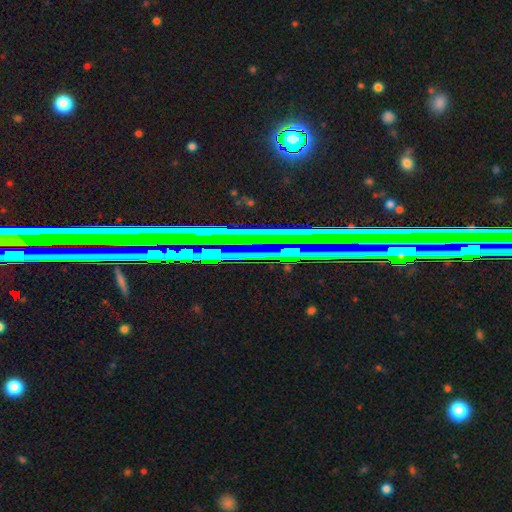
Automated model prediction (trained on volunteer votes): Smooth or featured?
  - star or artifact: 73% *
  - featured or disk: 17%
  - smooth: 10%